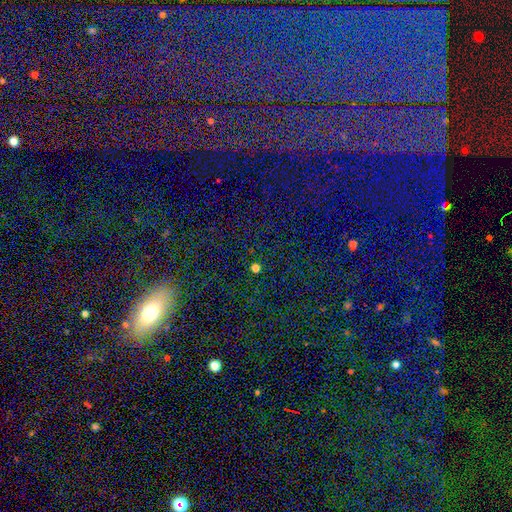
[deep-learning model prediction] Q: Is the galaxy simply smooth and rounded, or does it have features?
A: star or artifact — 43%.